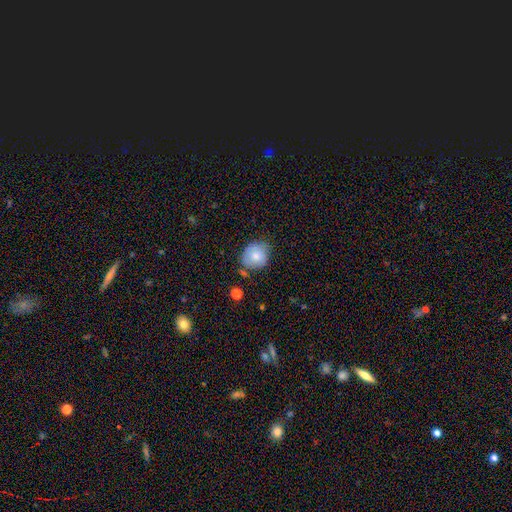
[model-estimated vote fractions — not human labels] Smooth or featured? smooth (76%)
How rounded? round (65%)
Merging? none (62%)